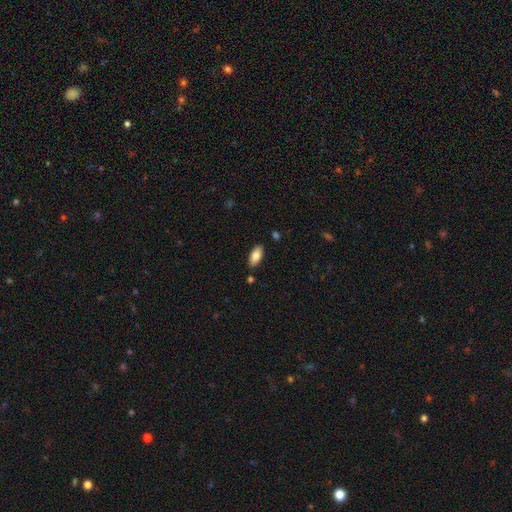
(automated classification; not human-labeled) Smooth or featured? smooth (81%)
How rounded? in between (88%)
Merging? none (86%)